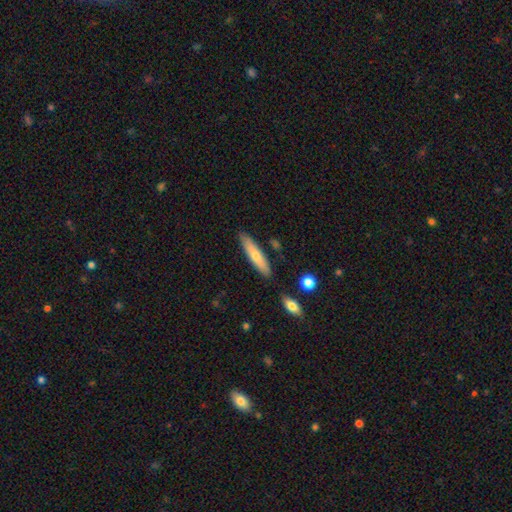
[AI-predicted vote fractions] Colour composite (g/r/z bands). It shows a smooth galaxy with no disk features (63%) that is cigar-shaped (81%). Merging: none (84%).